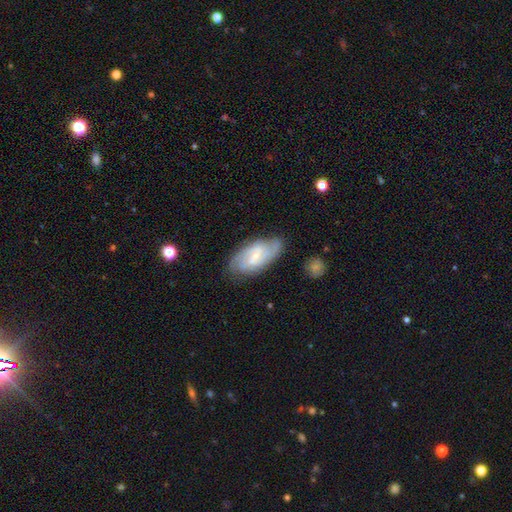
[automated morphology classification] smooth-or-featured: featured or disk: 77% | smooth: 17% | star or artifact: 6%
  disk-edge-on: no: 95% | yes: 5%
    bar: weak: 55% | no: 23% | strong: 21%
    has-spiral-arms: yes: 93% | no: 7%
      spiral-winding: tight: 45% | medium: 42% | loose: 13%
      spiral-arm-count: 2: 62% | can't tell: 20% | 3: 10% | 4: 3% | 1: 3% | more than 4: 2%
    bulge-size: small: 69% | moderate: 22% | none: 7% | large: 2% | dominant: 1%
  merging: none: 76% | minor disturbance: 17% | major disturbance: 5% | merger: 2%